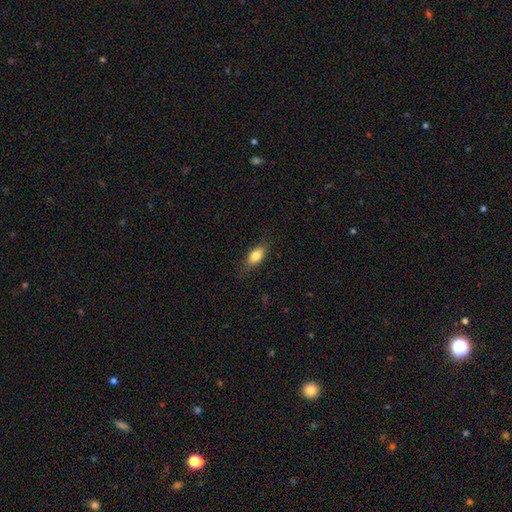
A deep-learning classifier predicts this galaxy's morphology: The model was most divided on "merging": none: 79%, minor disturbance: 16%, major disturbance: 4%, merger: 1%. More confident: how rounded — in between (85%); smooth or featured — smooth (81%).